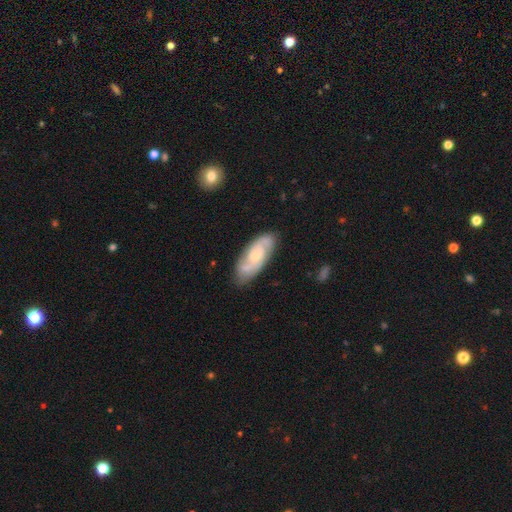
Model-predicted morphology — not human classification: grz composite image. It shows a featured or disk galaxy (72%) with no bar (57%), 2 (66%) medium (45%) spiral arms (93%) and a small central bulge (54%). Merging: none (78%).